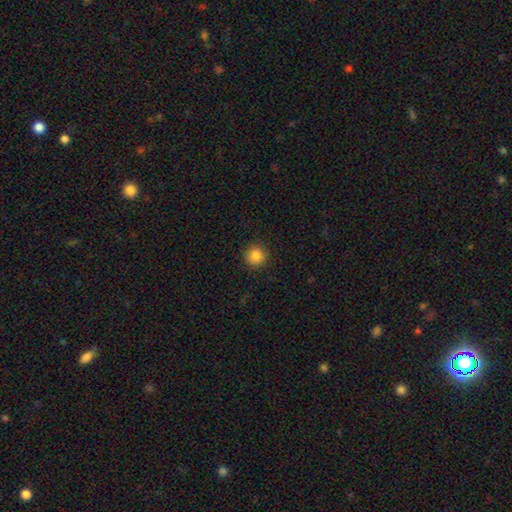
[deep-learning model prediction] smooth 86%, star or artifact 11%, featured or disk 4%. Down the decision tree: how rounded — round (94%); merging — none (90%).